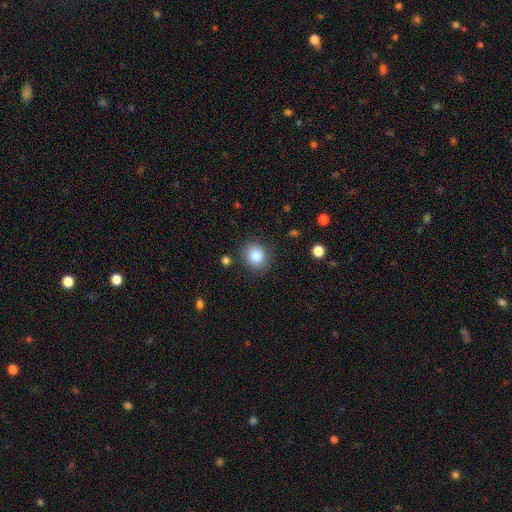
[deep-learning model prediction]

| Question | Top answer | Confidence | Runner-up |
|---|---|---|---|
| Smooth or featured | smooth | 86% | star or artifact (9%) |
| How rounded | round | 82% | in between (17%) |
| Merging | none | 83% | minor disturbance (11%) |